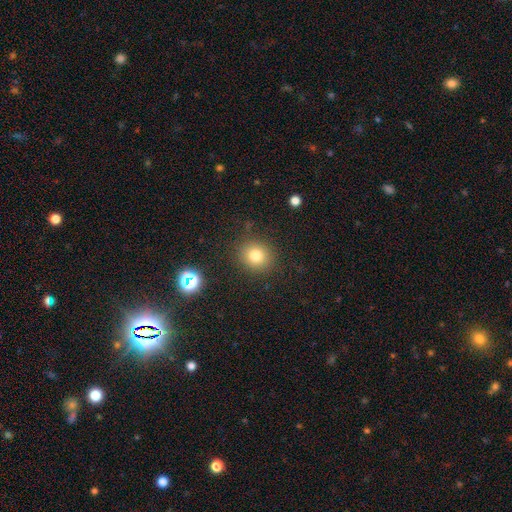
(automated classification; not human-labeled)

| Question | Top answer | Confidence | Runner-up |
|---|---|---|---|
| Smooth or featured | smooth | 78% | star or artifact (14%) |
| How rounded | round | 84% | in between (16%) |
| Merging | none | 87% | minor disturbance (8%) |